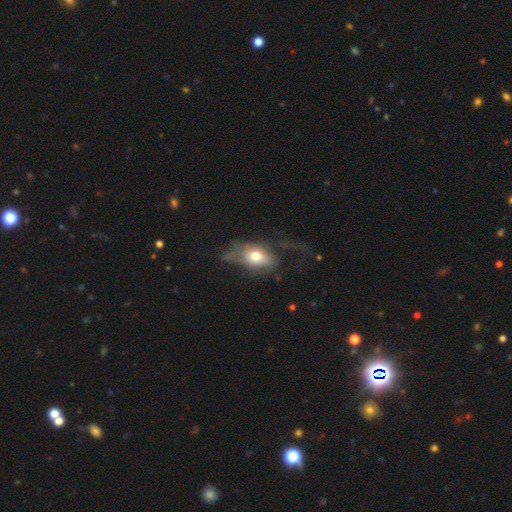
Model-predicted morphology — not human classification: smooth_or_featured: smooth (p=0.56) [alt: featured or disk p=0.37]
how_rounded: in between (p=0.86) [alt: round p=0.10]
merging: major disturbance (p=0.52) [alt: none p=0.25]